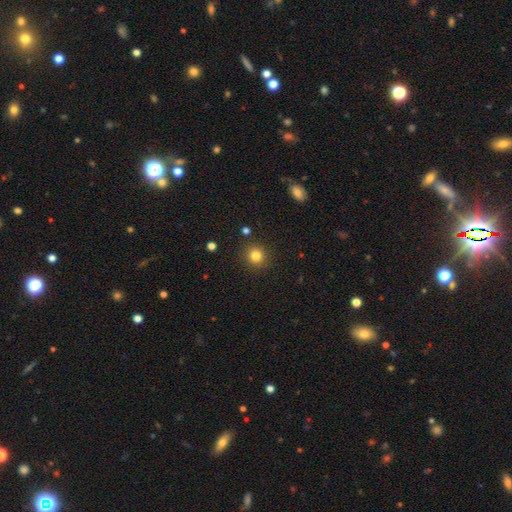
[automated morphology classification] Smooth or featured? Predicted: smooth (p=0.82). How rounded? Predicted: round (p=0.91). Merging? Predicted: none (p=0.90).